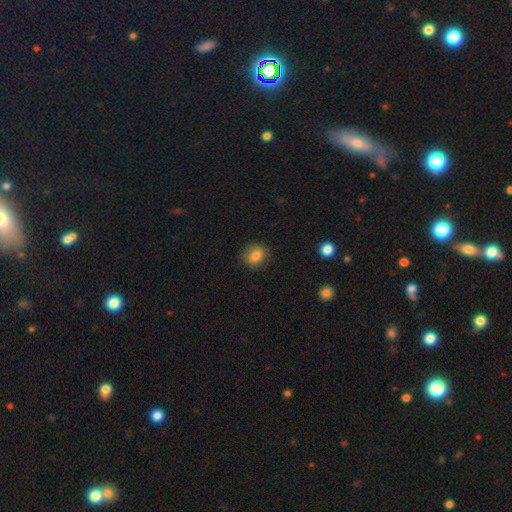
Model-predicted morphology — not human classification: type=smooth (81%); roundness=round (62%); merging=none (79%).